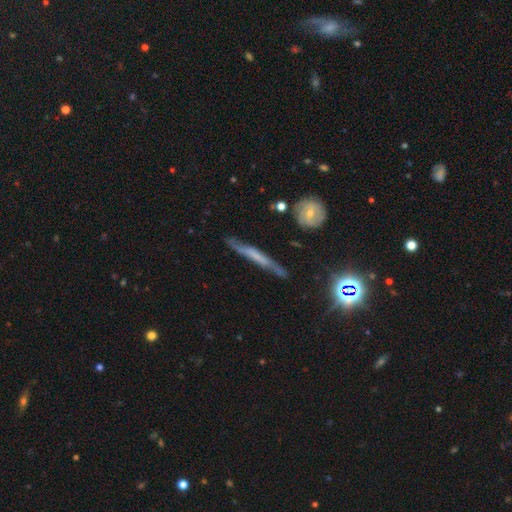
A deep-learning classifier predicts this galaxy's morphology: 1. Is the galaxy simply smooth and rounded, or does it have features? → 60% featured or disk, 29% smooth, 10% star or artifact.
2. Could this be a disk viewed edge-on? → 80% yes, 20% no.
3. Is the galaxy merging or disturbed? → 71% none, 20% minor disturbance, 6% major disturbance, 3% merger.